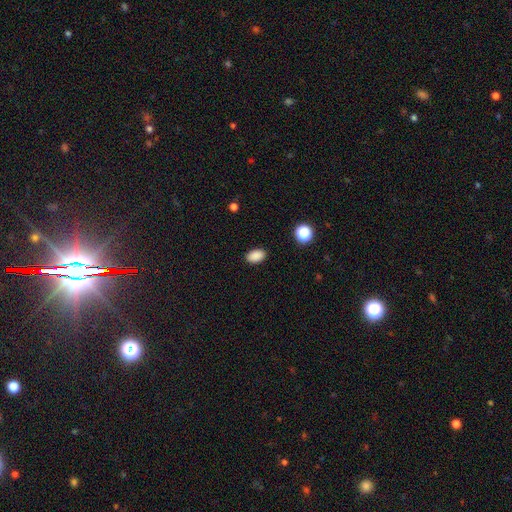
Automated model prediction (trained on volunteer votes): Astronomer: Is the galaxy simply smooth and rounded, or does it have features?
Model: smooth — 88%.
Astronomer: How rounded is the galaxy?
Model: in between — 90%.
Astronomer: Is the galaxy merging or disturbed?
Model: none — 89%.